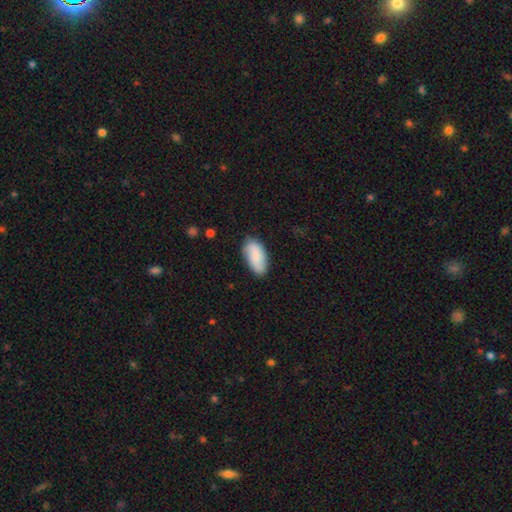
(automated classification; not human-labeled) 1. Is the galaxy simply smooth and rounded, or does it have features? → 82% smooth, 12% featured or disk, 6% star or artifact.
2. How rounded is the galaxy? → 92% in between, 6% cigar-shaped, 2% round.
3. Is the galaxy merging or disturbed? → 77% none, 18% minor disturbance, 3% major disturbance, 1% merger.